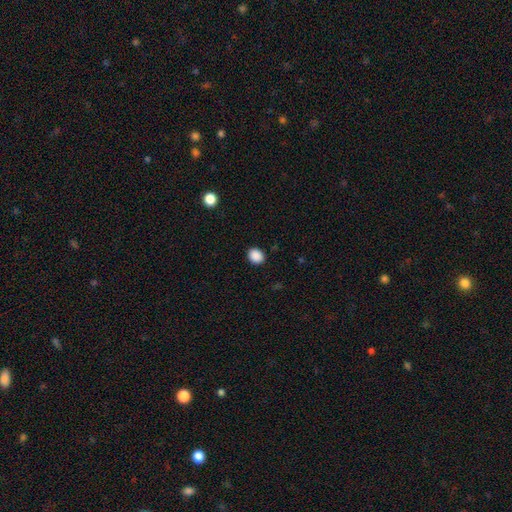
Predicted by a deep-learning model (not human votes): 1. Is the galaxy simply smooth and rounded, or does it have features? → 89% smooth, 9% star or artifact, 2% featured or disk.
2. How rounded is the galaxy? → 57% round, 42% in between, 1% cigar-shaped.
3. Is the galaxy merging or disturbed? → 90% none, 7% minor disturbance, 2% major disturbance, 1% merger.